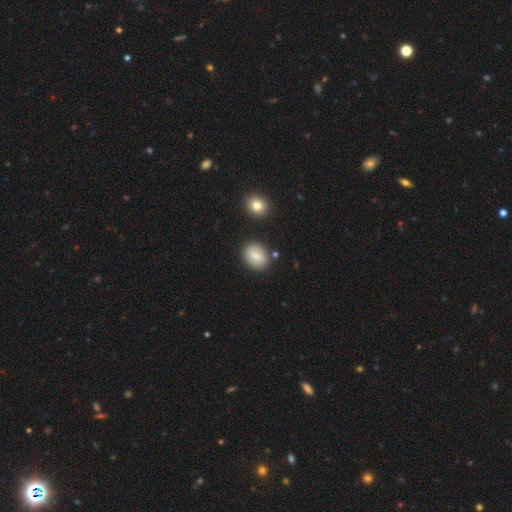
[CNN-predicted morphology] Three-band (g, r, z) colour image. It shows a smooth galaxy with no disk features (82%) that is in between round and cigar-shaped (53%). Merging: none (84%).